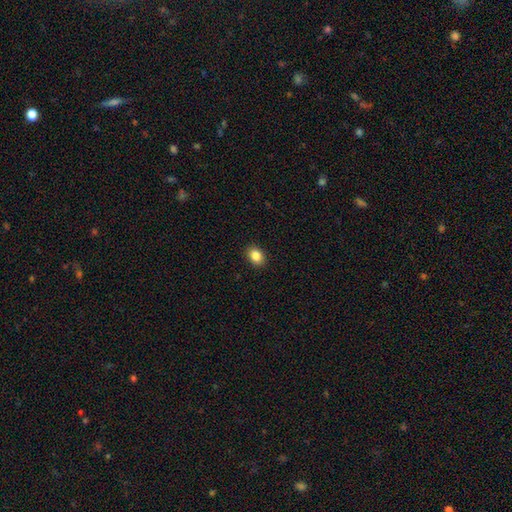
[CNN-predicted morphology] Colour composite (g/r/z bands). It shows a smooth galaxy with no disk features (86%) that is in between round and cigar-shaped (67%). Merging: none (91%).